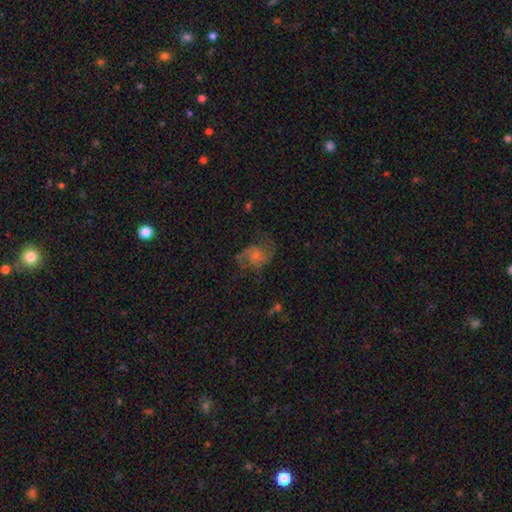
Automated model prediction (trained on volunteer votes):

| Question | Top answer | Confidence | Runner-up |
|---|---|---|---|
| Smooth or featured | featured or disk | 65% | smooth (21%) |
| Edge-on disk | no | 97% | yes (3%) |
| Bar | no | 73% | weak (23%) |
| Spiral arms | yes | 89% | no (11%) |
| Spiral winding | medium | 47% | loose (33%) |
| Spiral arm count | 2 | 73% | can't tell (12%) |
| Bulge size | small | 58% | moderate (29%) |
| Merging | none | 63% | minor disturbance (20%) |